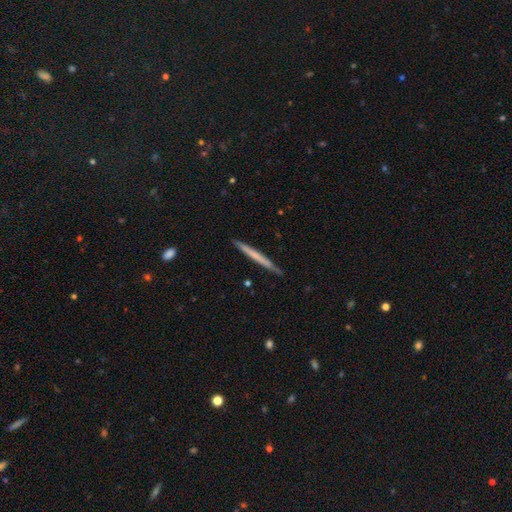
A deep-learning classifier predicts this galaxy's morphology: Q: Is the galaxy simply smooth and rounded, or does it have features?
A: smooth — 54%.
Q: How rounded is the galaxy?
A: cigar-shaped — 97%.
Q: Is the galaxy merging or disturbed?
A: none — 89%.